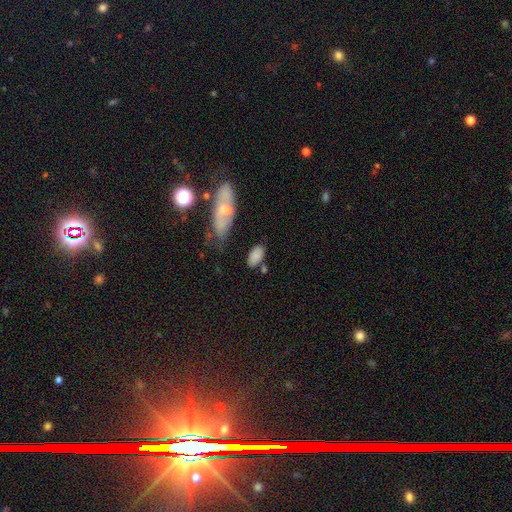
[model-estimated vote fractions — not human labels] This appears to be a smooth galaxy with no disk features (80%) that is in between round and cigar-shaped (93%). Merging: none (63%).